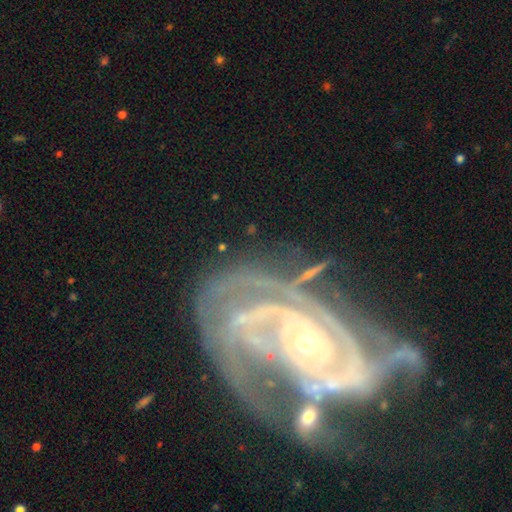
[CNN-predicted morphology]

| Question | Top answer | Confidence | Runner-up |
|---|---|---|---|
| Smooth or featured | featured or disk | 90% | star or artifact (6%) |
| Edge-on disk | no | 96% | yes (4%) |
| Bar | no | 63% | weak (21%) |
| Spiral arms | yes | 96% | no (4%) |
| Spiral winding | tight | 68% | medium (26%) |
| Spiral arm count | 2 | 34% | 3 (24%) |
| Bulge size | small | 58% | moderate (38%) |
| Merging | none | 45% | major disturbance (21%) |